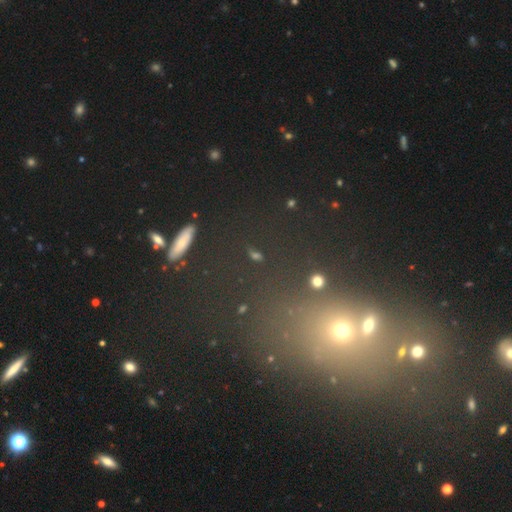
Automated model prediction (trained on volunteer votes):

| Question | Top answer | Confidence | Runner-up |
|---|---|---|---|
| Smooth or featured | star or artifact | 47% | smooth (36%) |